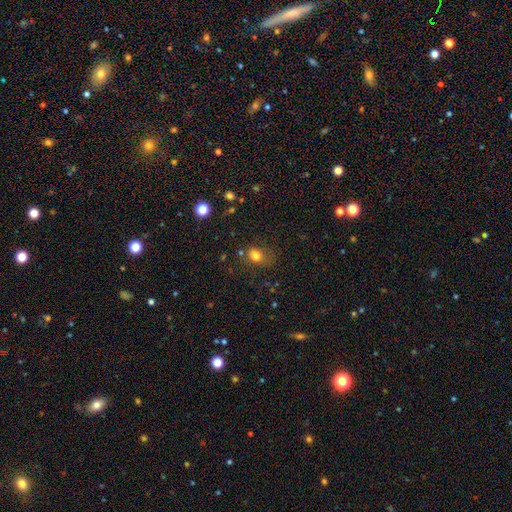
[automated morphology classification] type=smooth (79%); roundness=in between (69%); merging=none (60%).